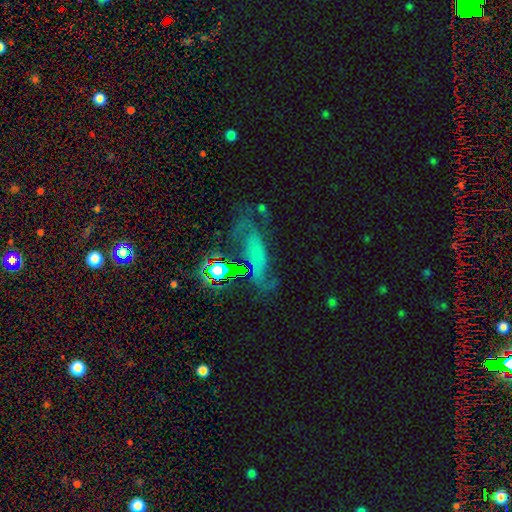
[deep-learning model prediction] The model was most divided on "smooth or featured": featured or disk: 45%, smooth: 29%, star or artifact: 26%. Remaining: merging — none (49%).